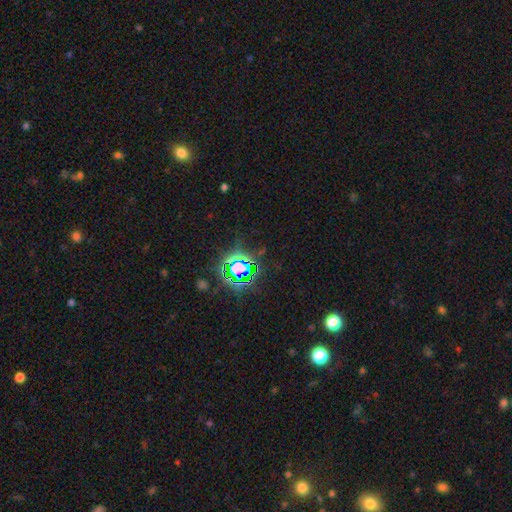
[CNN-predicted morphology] Smooth or featured? star or artifact (80%)